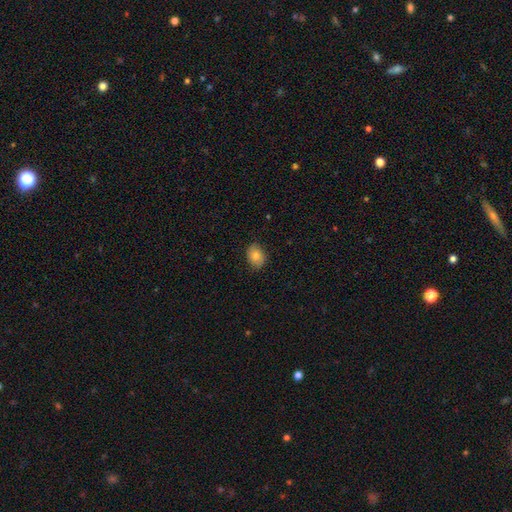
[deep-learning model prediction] A smooth galaxy with no disk features (82%) that is in between round and cigar-shaped (65%).

Vote fractions:
- Smooth or featured? smooth: 82% / featured or disk: 10% / star or artifact: 8%
- How rounded? in between: 65% / round: 34% / cigar-shaped: 1%
- Merging? none: 83% / minor disturbance: 14% / major disturbance: 3% / merger: 1%